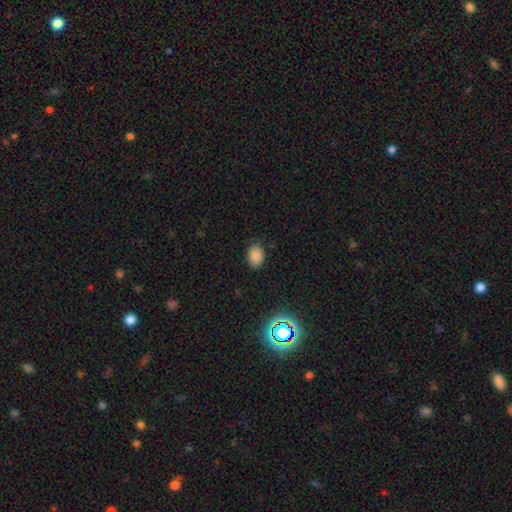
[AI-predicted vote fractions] This appears to be a smooth galaxy with no disk features (82%) that is in between round and cigar-shaped (78%). Merging: none (84%).